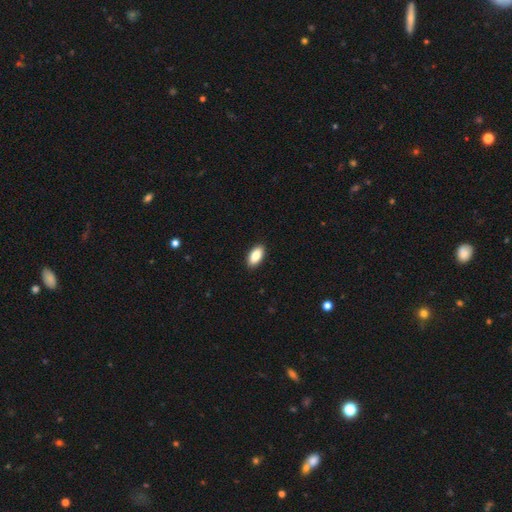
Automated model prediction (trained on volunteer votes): Morphology: type=smooth (87%); roundness=in between (92%); merging=none (91%).